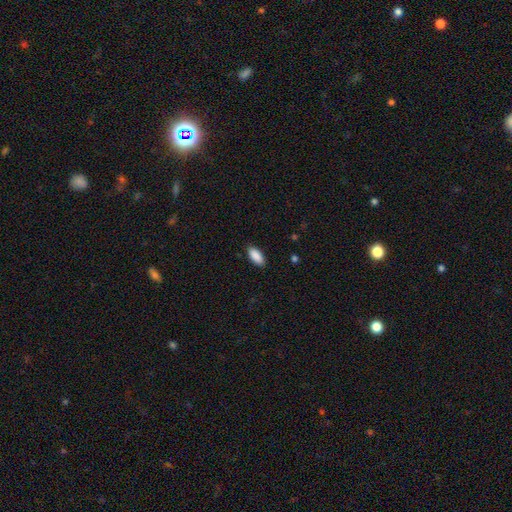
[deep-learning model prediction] Overall: smooth (90%). How rounded: in between (87%). Merging: none (88%).